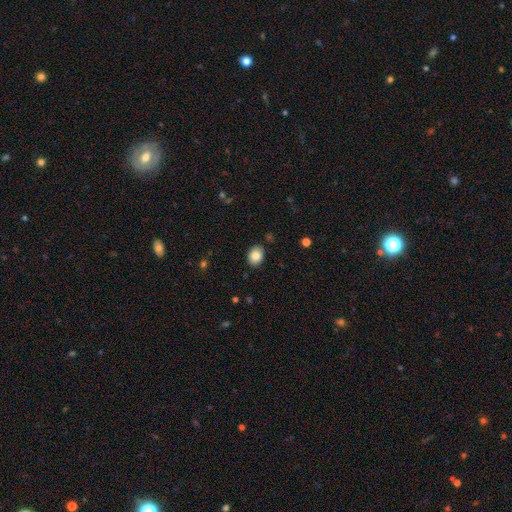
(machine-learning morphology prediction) Smooth or featured? Predicted: smooth (p=0.84). How rounded? Predicted: in between (p=0.60). Merging? Predicted: none (p=0.87).